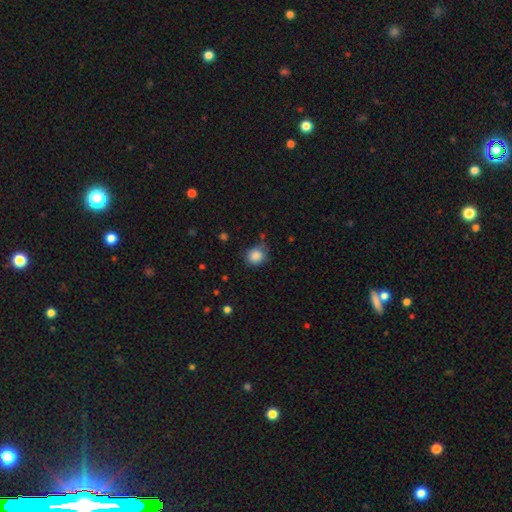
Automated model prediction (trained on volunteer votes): smooth-or-featured: smooth: 87% | star or artifact: 9% | featured or disk: 4%
  how-rounded: round: 77% | in between: 22% | cigar-shaped: 1%
  merging: none: 73% | minor disturbance: 19% | major disturbance: 5% | merger: 3%